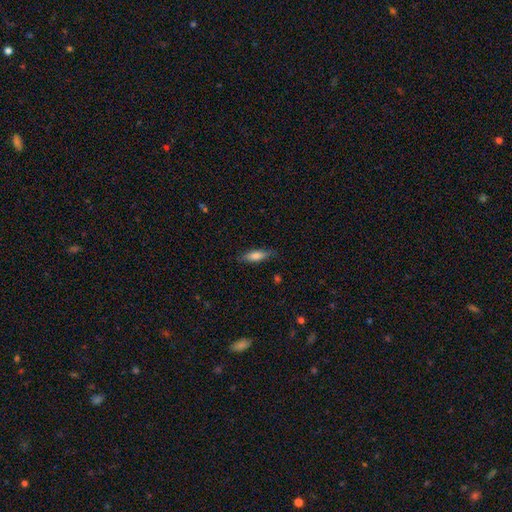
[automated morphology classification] Smooth or featured? Predicted: smooth (p=0.76). How rounded? Predicted: in between (p=0.52). Merging? Predicted: none (p=0.82).